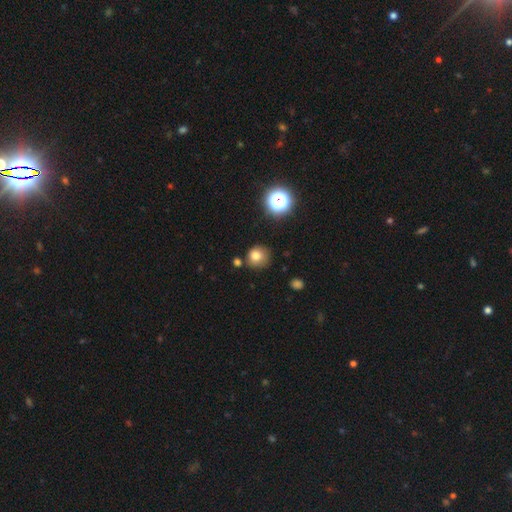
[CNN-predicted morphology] Smooth or featured?
  - smooth: 77% *
  - star or artifact: 14%
  - featured or disk: 9%
How rounded?
  - round: 86% *
  - in between: 13%
  - cigar-shaped: 1%
Merging?
  - none: 74% *
  - minor disturbance: 16%
  - merger: 6%
  - major disturbance: 5%